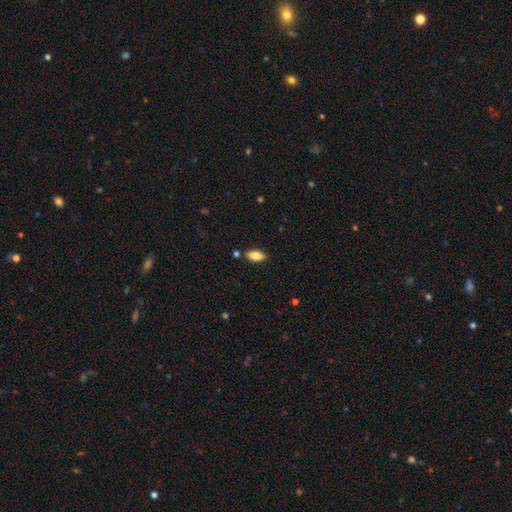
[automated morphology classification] This is likely a smooth galaxy (75%). How rounded: clearly in between (88%). Merging: clearly none (83%).